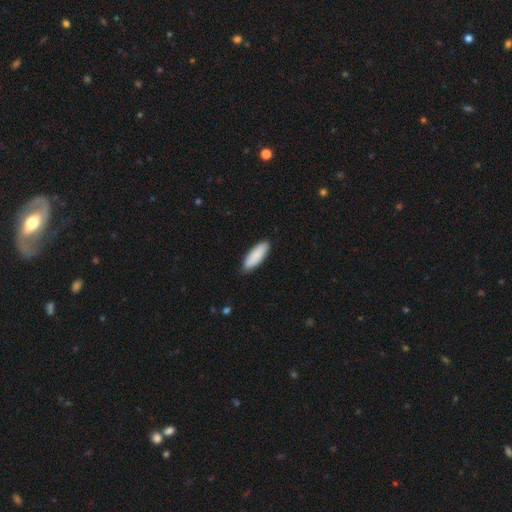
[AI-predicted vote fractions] The model was most divided on "how rounded": in between: 63%, cigar-shaped: 36%, round: 2%. More confident: smooth or featured — smooth (87%); merging — none (86%).